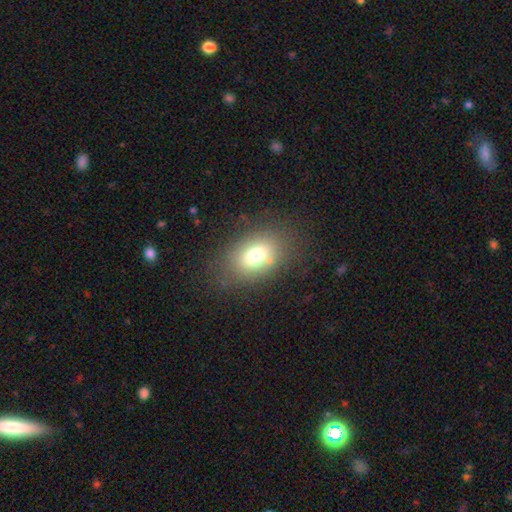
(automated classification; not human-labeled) Smooth or featured? smooth (71%)
How rounded? in between (71%)
Merging? none (76%)